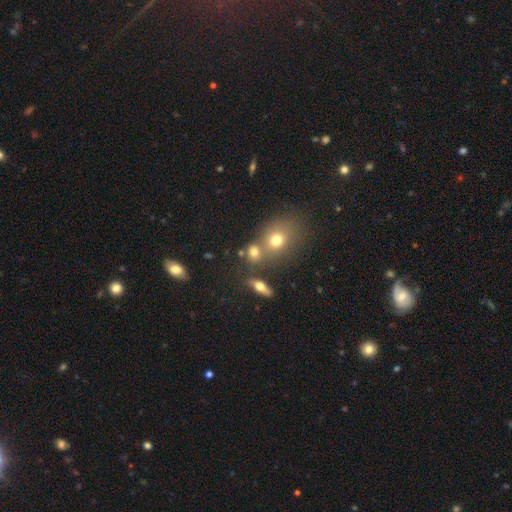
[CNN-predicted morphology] Overall: smooth (72%). How rounded: round (65%; in between 32%). Merging: none (51%; merger 35%).